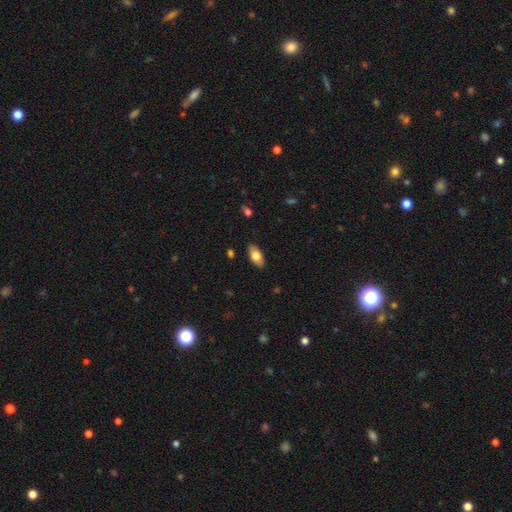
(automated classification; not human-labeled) A smooth galaxy with no disk features (77%) that is in between round and cigar-shaped (91%).

Vote fractions:
- Smooth or featured? smooth: 77% / featured or disk: 16% / star or artifact: 7%
- How rounded? in between: 91% / cigar-shaped: 6% / round: 3%
- Merging? none: 87% / minor disturbance: 10% / major disturbance: 2% / merger: 1%